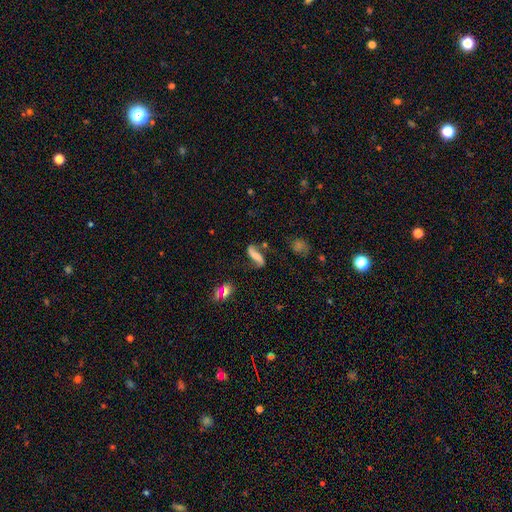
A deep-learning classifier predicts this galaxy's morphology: Smooth or featured: featured or disk — 67% (smooth — 23%)
Edge-on disk: no — 89% (yes — 11%)
Bar: no — 39% (weak — 31%)
Spiral arms: yes — 91% (no — 9%)
Spiral winding: loose — 81% (medium — 13%)
Spiral arm count: 2 — 91% (1 — 3%)
Bulge size: small — 33% (none — 30%)
Merging: none — 67% (minor disturbance — 18%)